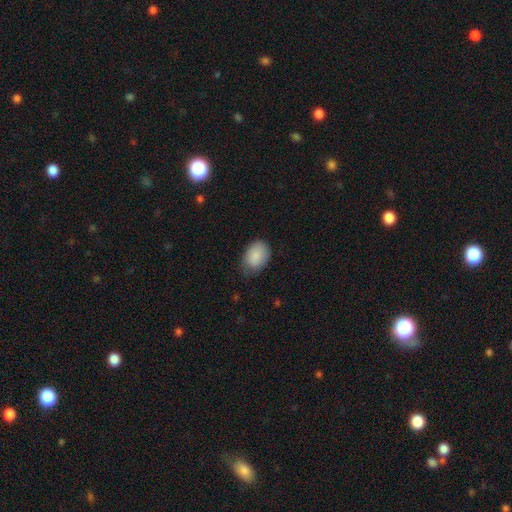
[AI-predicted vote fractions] Q: Smooth or featured?
A: smooth (88%); runner-up: star or artifact (7%)
Q: How rounded?
A: in between (81%); runner-up: round (18%)
Q: Merging?
A: none (67%); runner-up: minor disturbance (27%)